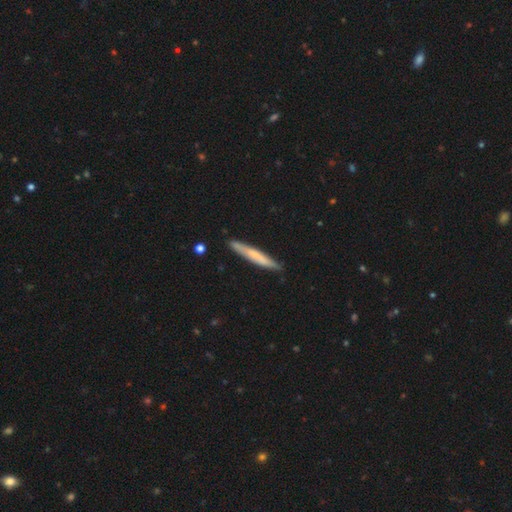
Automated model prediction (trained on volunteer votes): smooth 57%, featured or disk 38%, star or artifact 5%. Down the decision tree: how rounded — cigar-shaped (95%); merging — none (88%).